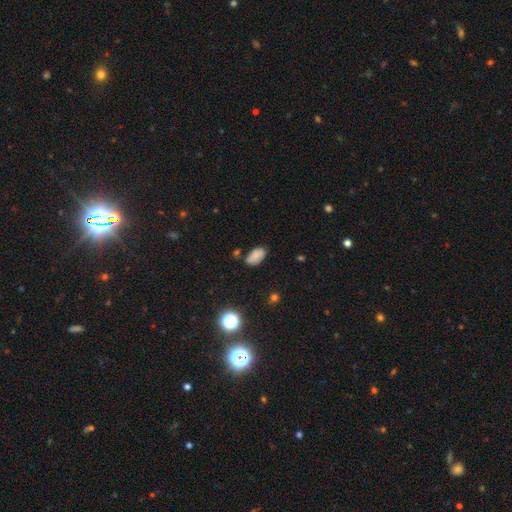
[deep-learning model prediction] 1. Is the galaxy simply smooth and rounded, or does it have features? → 79% smooth, 12% star or artifact, 9% featured or disk.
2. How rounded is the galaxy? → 93% in between, 5% round, 2% cigar-shaped.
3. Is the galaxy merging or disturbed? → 69% none, 21% minor disturbance, 6% merger, 4% major disturbance.